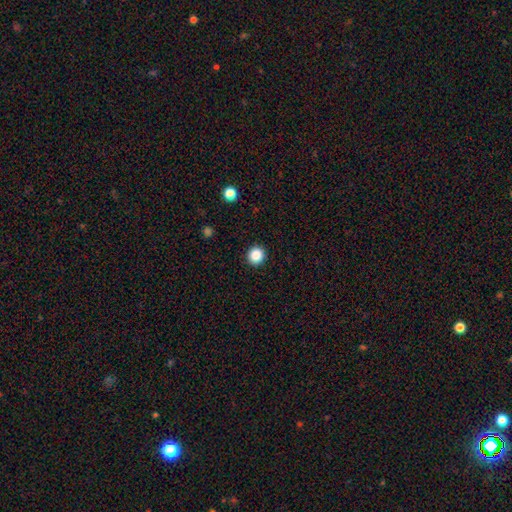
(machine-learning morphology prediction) type=smooth (87%); roundness=round (94%); merging=none (93%).